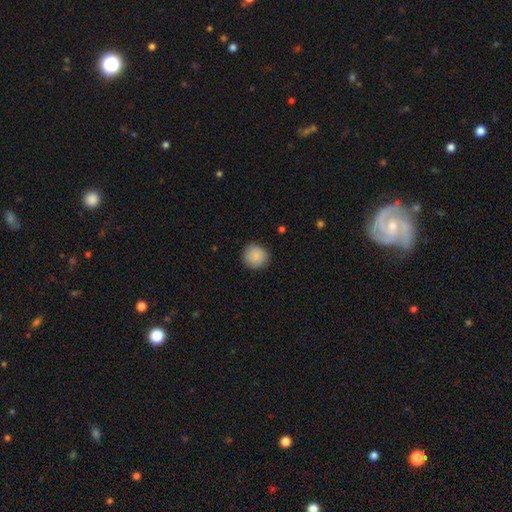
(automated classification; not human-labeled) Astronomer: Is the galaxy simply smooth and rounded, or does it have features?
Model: smooth — 88%.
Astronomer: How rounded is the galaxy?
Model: round — 93%.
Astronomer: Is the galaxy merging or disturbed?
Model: none — 89%.